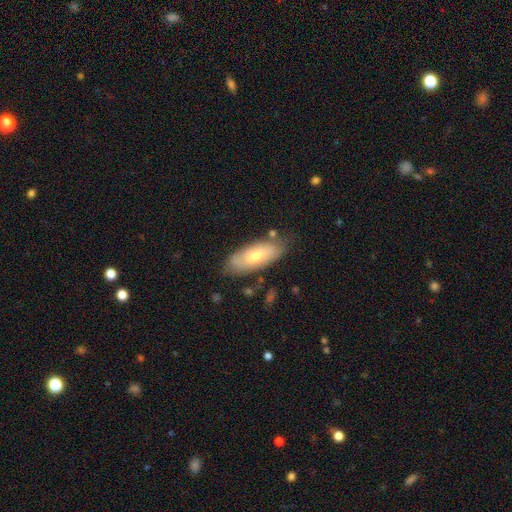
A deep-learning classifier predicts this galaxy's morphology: Smooth or featured? Predicted: smooth (p=0.55). How rounded? Predicted: in between (p=0.77). Merging? Predicted: none (p=0.78).